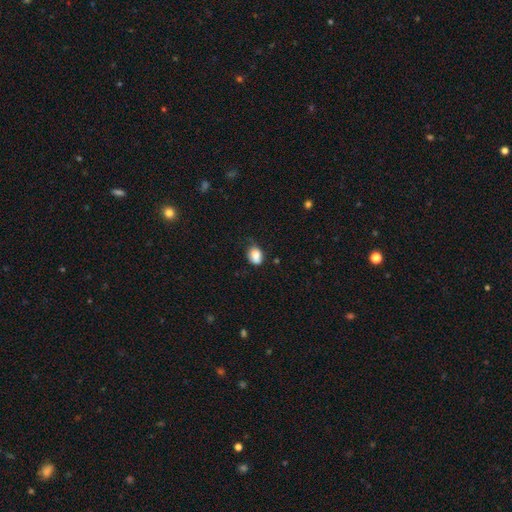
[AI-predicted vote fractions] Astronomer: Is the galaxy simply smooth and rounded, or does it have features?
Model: smooth — 81%.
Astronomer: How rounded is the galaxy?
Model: in between — 66%.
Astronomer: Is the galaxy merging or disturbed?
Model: none — 47% (runner-up: minor disturbance, 37%).